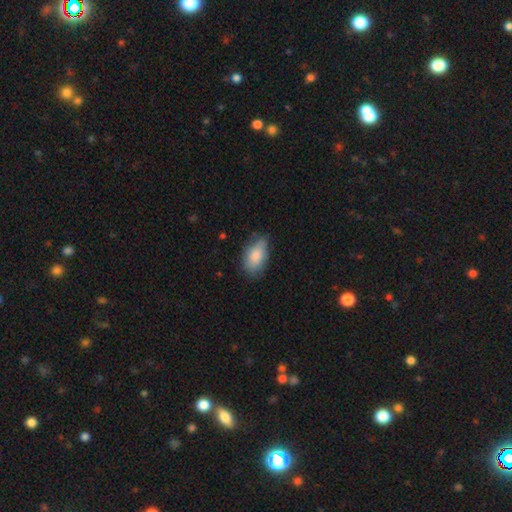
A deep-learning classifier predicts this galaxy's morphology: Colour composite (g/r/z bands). It shows a smooth galaxy with no disk features (83%) that is in between round and cigar-shaped (92%). Merging: none (64%).